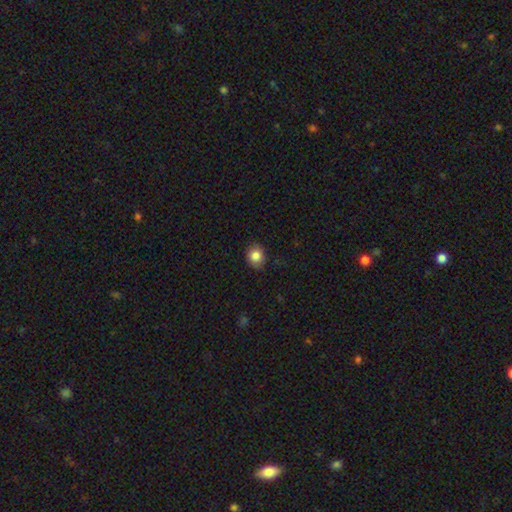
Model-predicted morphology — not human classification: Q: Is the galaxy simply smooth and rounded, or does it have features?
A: smooth — 84%.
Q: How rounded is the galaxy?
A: round — 66%.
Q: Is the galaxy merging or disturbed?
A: none — 85%.